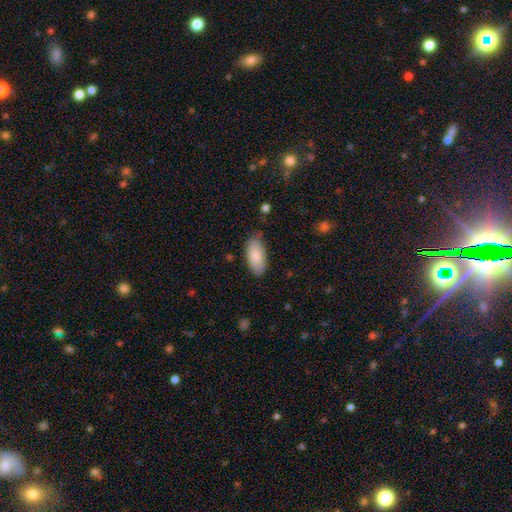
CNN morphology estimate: smooth-or-featured: smooth: 85% | featured or disk: 9% | star or artifact: 6%
  how-rounded: in between: 90% | cigar-shaped: 8% | round: 2%
  merging: none: 73% | minor disturbance: 22% | major disturbance: 4% | merger: 2%